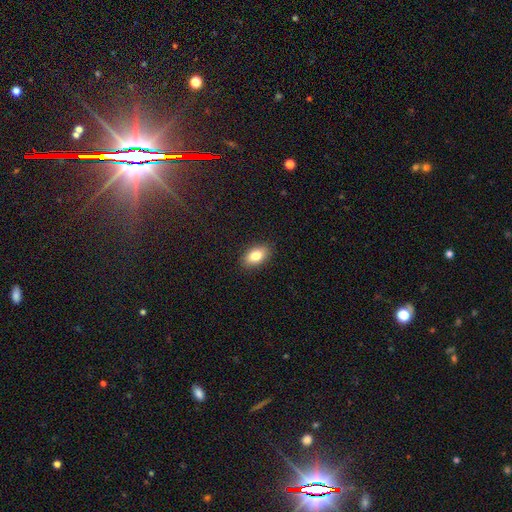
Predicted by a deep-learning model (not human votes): A smooth galaxy with no disk features (83%) that is in between round and cigar-shaped (92%). Merging: none (89%).